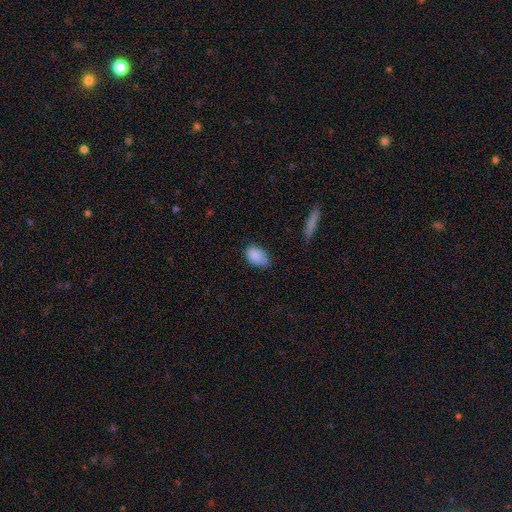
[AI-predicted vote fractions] Overall: smooth (87%). How rounded: in between (89%). Merging: none (63%; minor disturbance 30%).